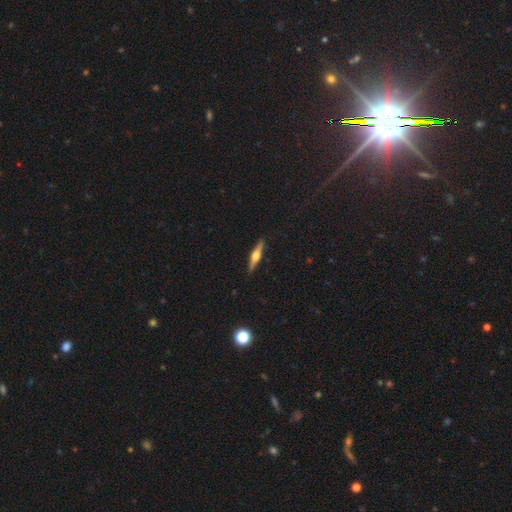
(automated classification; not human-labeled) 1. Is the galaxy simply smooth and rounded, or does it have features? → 70% featured or disk, 25% smooth, 6% star or artifact.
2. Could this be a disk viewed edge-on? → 98% yes, 2% no.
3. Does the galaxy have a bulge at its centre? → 91% rounded, 7% boxy, 2% none.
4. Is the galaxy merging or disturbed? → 91% none, 7% minor disturbance, 1% major disturbance, 1% merger.